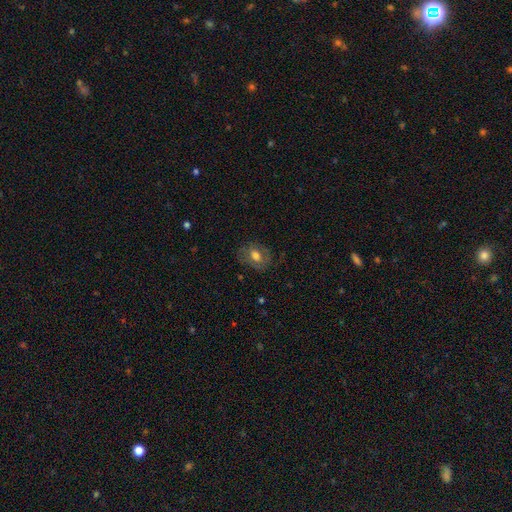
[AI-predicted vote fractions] Smooth or featured? Predicted: smooth (p=0.57). How rounded? Predicted: in between (p=0.65). Merging? Predicted: none (p=0.73).